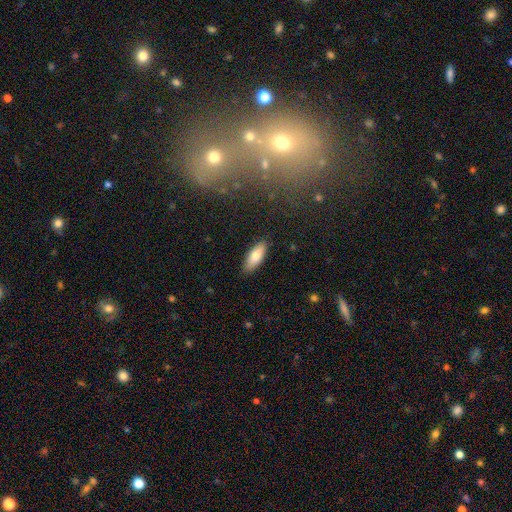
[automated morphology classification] A smooth galaxy with no disk features (79%) that is in between round and cigar-shaped (75%). Merging: none (88%).